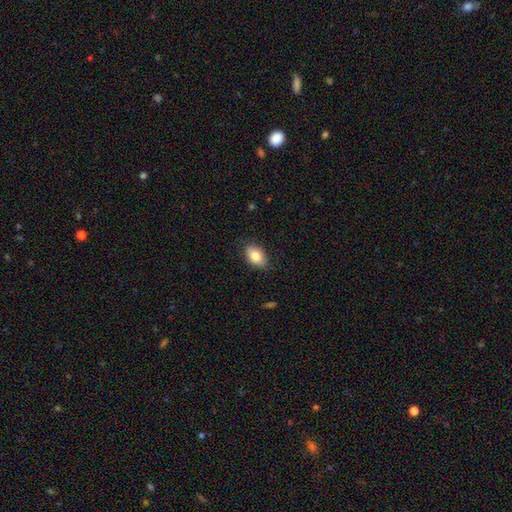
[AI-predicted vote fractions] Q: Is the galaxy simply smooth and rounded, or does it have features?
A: smooth — 82%.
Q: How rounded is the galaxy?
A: in between — 86%.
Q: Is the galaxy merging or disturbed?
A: none — 84%.